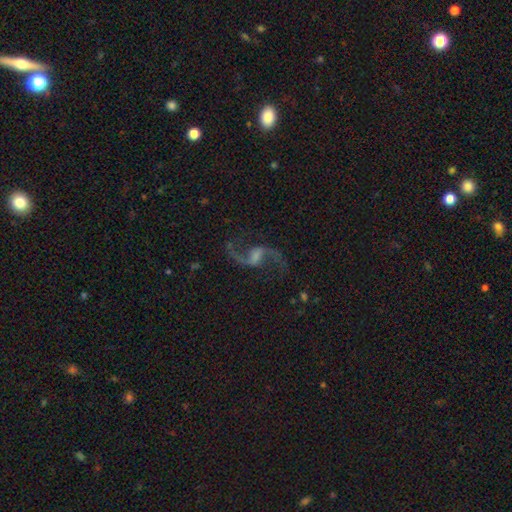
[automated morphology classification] Smooth or featured: featured or disk — 89% (star or artifact — 7%)
Edge-on disk: no — 97% (yes — 3%)
Bar: weak — 52% (no — 26%)
Spiral arms: yes — 97% (no — 3%)
Spiral winding: loose — 81% (medium — 17%)
Spiral arm count: 2 — 94% (1 — 2%)
Bulge size: small — 33% (none — 32%)
Merging: none — 79% (minor disturbance — 11%)